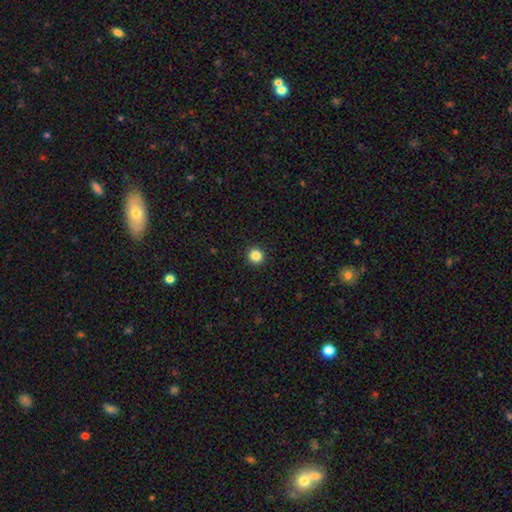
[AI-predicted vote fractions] This is clearly a smooth galaxy (85%). How rounded: clearly round (94%). Merging: clearly none (93%).